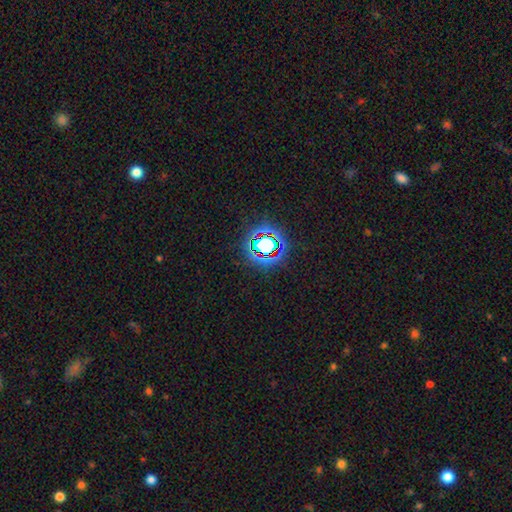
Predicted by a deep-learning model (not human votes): A star or artifact, not a galaxy (77%).